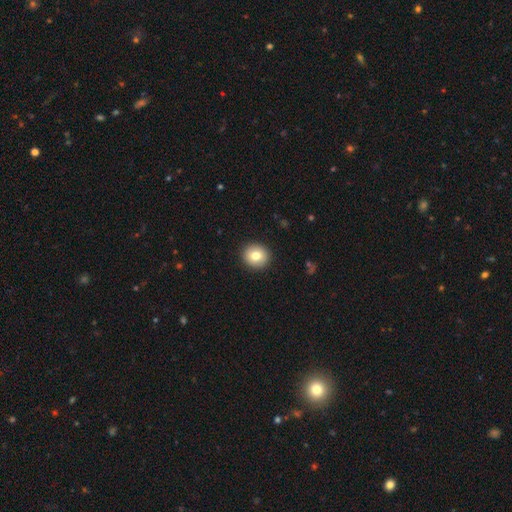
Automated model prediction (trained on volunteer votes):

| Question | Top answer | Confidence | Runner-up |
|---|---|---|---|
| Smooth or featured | smooth | 80% | featured or disk (11%) |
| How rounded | round | 89% | in between (10%) |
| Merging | none | 92% | minor disturbance (5%) |